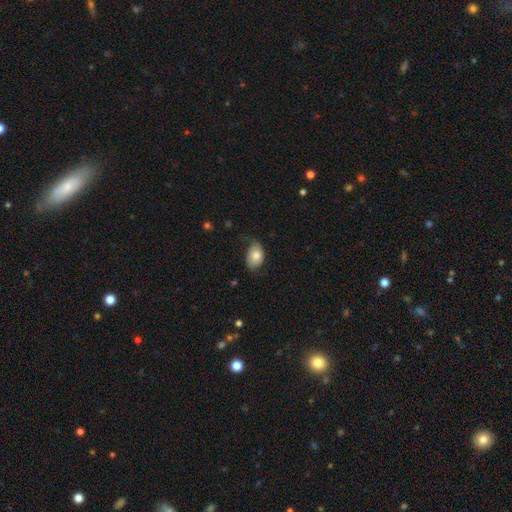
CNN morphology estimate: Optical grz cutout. It shows a smooth galaxy with no disk features (79%) that is in between round and cigar-shaped (85%). Merging: none (56%).